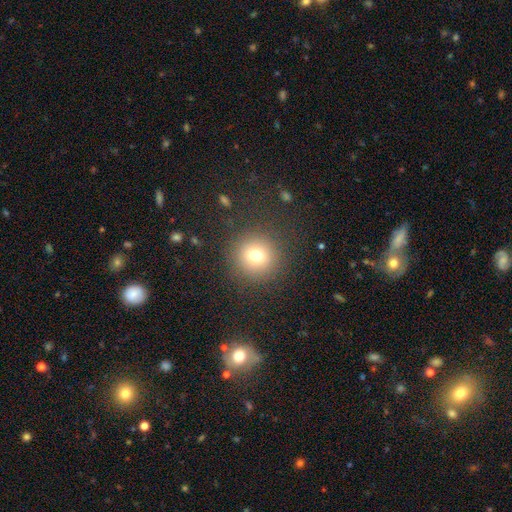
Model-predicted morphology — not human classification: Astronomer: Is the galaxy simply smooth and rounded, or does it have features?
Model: smooth — 73%.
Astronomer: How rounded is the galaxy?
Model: round — 94%.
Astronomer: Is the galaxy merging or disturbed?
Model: none — 87%.